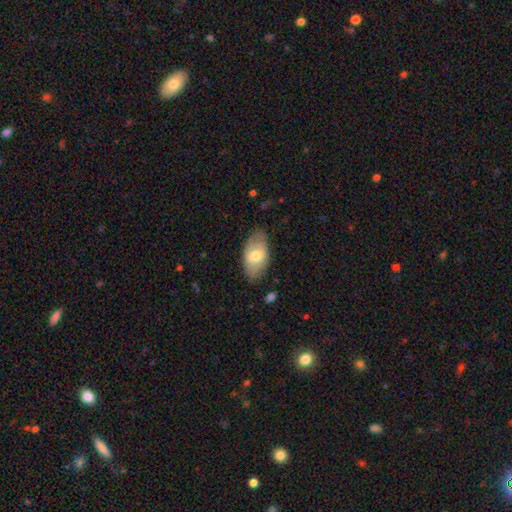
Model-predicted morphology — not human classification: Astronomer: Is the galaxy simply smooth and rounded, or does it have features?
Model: smooth — 63%.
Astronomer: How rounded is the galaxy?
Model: in between — 93%.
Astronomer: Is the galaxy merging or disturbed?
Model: none — 77%.